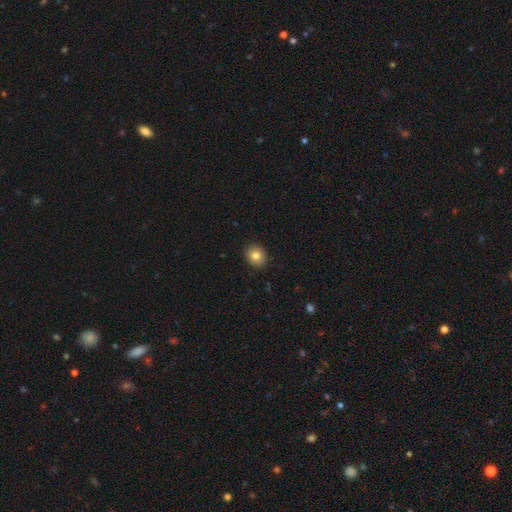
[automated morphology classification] Smooth or featured? Predicted: smooth (p=0.81). How rounded? Predicted: round (p=0.77). Merging? Predicted: none (p=0.91).